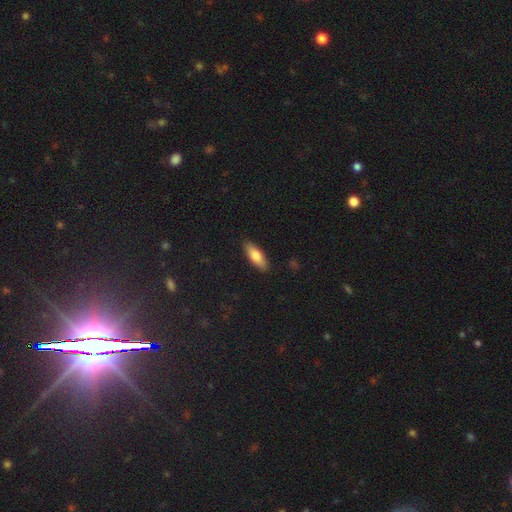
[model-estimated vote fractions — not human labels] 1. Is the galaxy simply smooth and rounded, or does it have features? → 77% smooth, 17% featured or disk, 6% star or artifact.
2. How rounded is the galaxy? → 63% in between, 35% cigar-shaped, 2% round.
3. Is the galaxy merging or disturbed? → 89% none, 8% minor disturbance, 2% major disturbance, 1% merger.